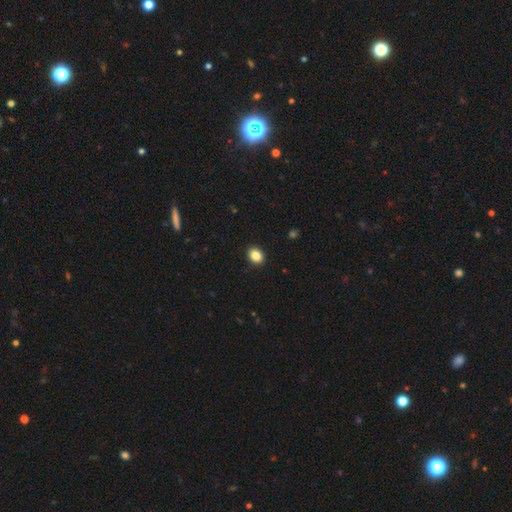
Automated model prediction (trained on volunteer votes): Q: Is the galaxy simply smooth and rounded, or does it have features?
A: smooth — 86%.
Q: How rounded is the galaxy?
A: in between — 53%.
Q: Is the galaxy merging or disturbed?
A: none — 92%.